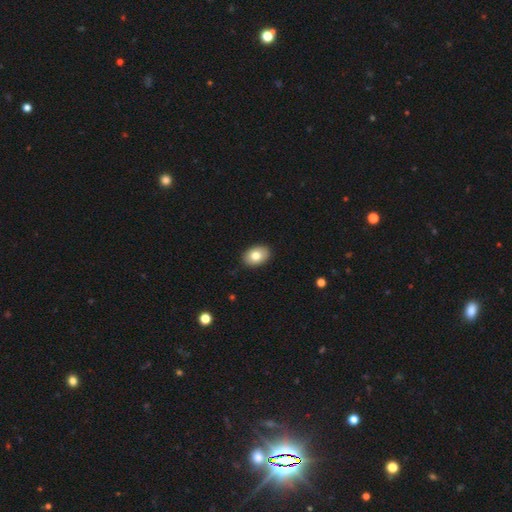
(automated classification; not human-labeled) Smooth or featured? smooth (79%)
How rounded? in between (81%)
Merging? none (89%)